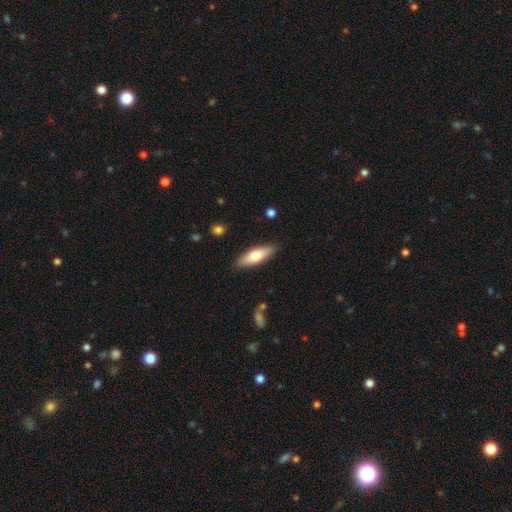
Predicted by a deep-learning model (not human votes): smooth 69%, featured or disk 26%, star or artifact 5%. Down the decision tree: how rounded — in between (52%); merging — none (87%).